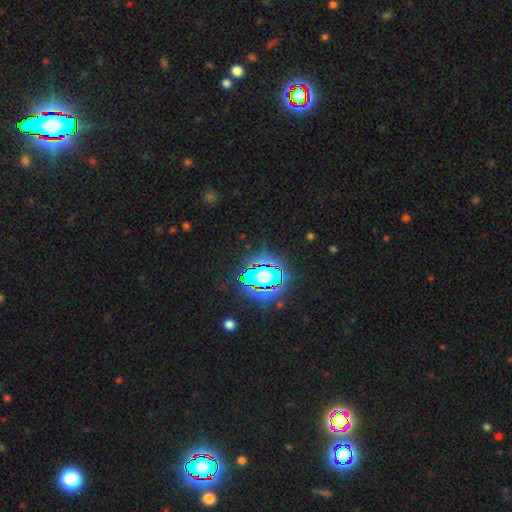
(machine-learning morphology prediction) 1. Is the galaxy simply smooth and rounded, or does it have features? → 81% star or artifact, 11% smooth, 7% featured or disk.